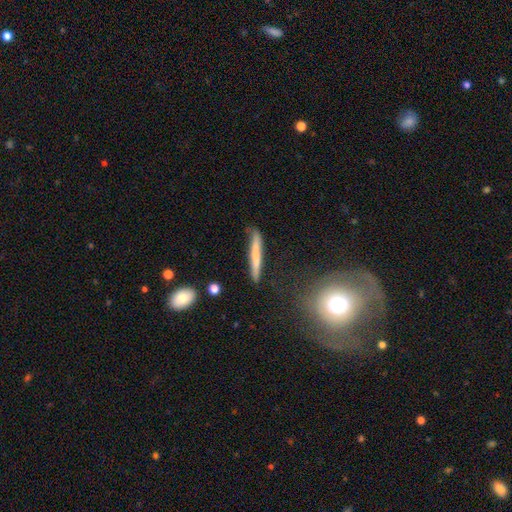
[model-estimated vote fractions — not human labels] A smooth galaxy with no disk features (62%) that is cigar-shaped (96%). Merging: none (81%).